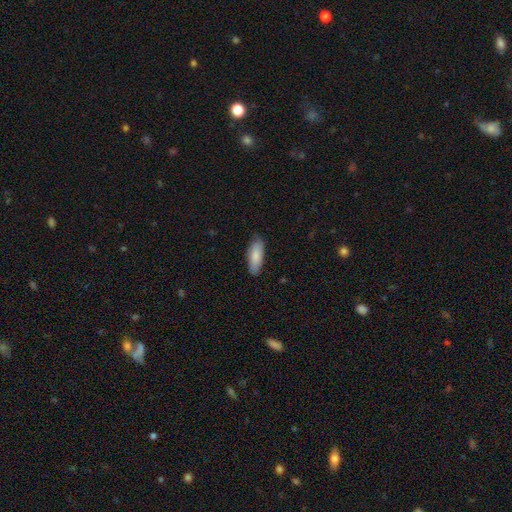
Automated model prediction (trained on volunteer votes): This is clearly a smooth galaxy (84%). How rounded: likely in between (69%). Merging: clearly none (81%).